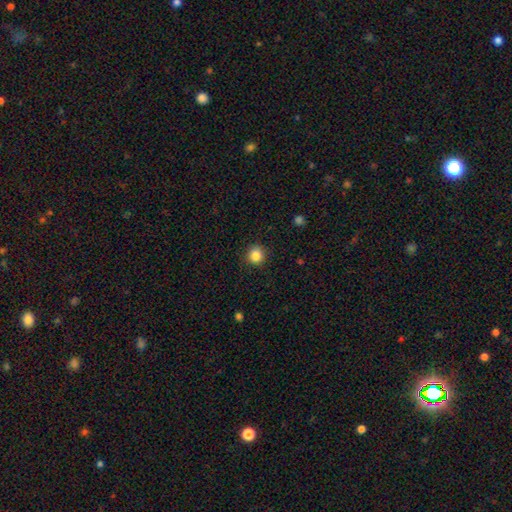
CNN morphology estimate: The model was most divided on "smooth or featured": smooth: 85%, star or artifact: 11%, featured or disk: 4%. More confident: how rounded — round (92%); merging — none (91%).